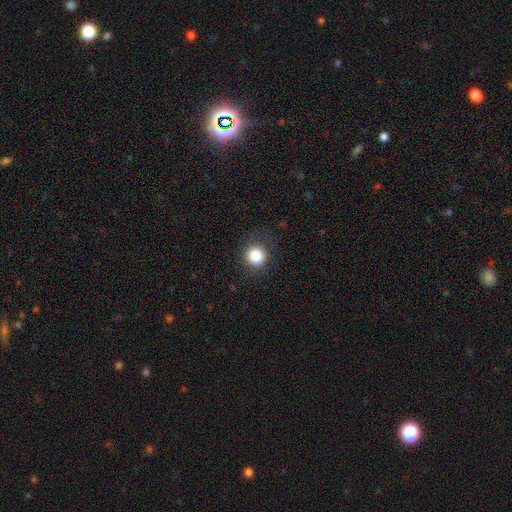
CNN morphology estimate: smooth 86%, star or artifact 10%, featured or disk 4%. Down the decision tree: how rounded — round (91%); merging — none (86%).